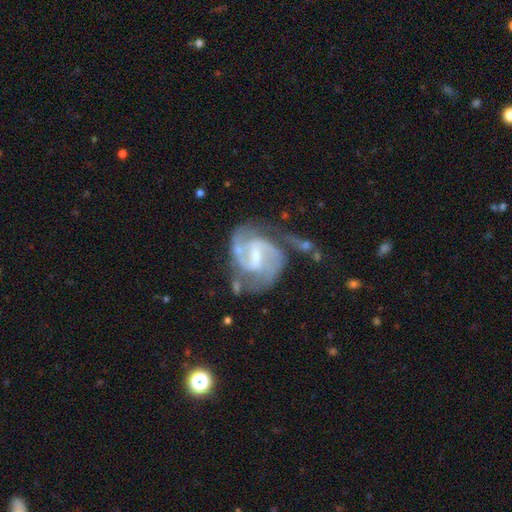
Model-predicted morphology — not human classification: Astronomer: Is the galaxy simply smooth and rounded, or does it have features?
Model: featured or disk — 89%.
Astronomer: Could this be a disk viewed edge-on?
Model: no — 98%.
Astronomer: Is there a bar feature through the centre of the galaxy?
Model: weak — 57%.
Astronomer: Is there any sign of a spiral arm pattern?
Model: yes — 97%.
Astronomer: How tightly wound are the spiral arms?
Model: medium — 53% (runner-up: tight, 32%).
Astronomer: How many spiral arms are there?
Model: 2 — 74%.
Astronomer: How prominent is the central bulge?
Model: small — 49% (runner-up: moderate, 44%).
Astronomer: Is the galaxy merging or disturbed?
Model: none — 53%.